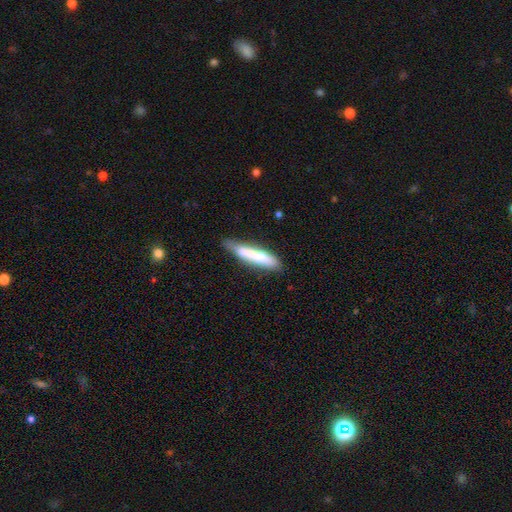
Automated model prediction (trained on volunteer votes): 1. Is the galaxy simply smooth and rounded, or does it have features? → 59% smooth, 34% featured or disk, 7% star or artifact.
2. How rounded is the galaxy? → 84% cigar-shaped, 15% in between, 1% round.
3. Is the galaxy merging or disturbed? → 56% none, 27% minor disturbance, 9% merger, 8% major disturbance.